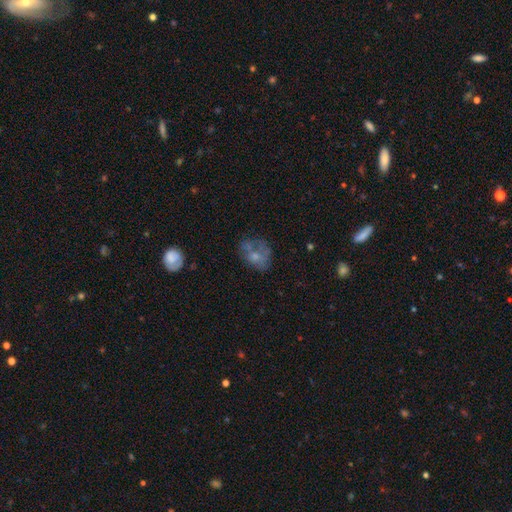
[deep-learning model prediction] Q: Smooth or featured?
A: smooth (50%); runner-up: featured or disk (38%)
Q: How rounded?
A: in between (59%); runner-up: round (40%)
Q: Merging?
A: none (36%); runner-up: major disturbance (24%)